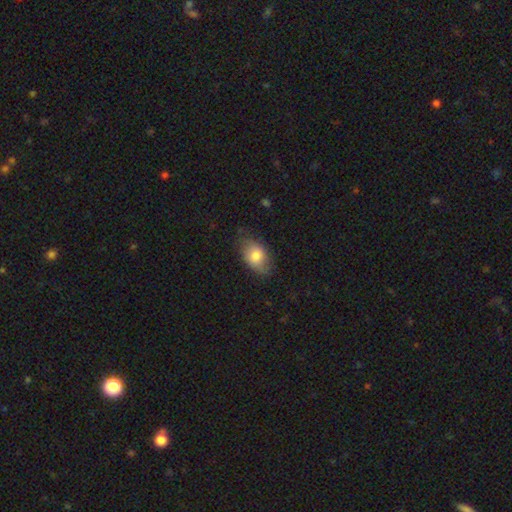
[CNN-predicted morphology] The model was most divided on "merging": none: 70%, minor disturbance: 24%, major disturbance: 5%, merger: 1%. More confident: how rounded — in between (88%); smooth or featured — smooth (77%).